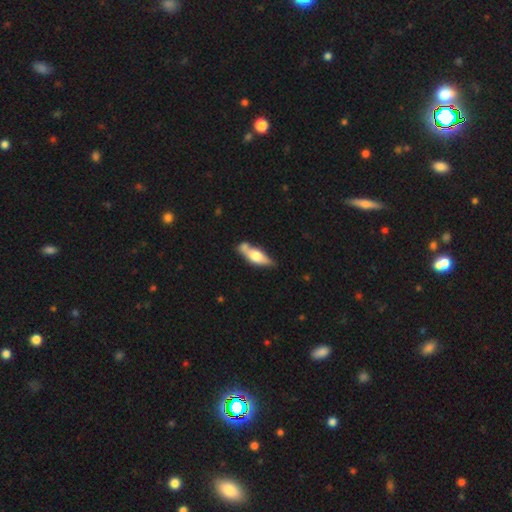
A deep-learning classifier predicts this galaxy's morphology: smooth-or-featured: smooth: 51% | featured or disk: 43% | star or artifact: 6%
  how-rounded: in between: 55% | cigar-shaped: 42% | round: 3%
  merging: none: 53% | merger: 23% | minor disturbance: 18% | major disturbance: 5%